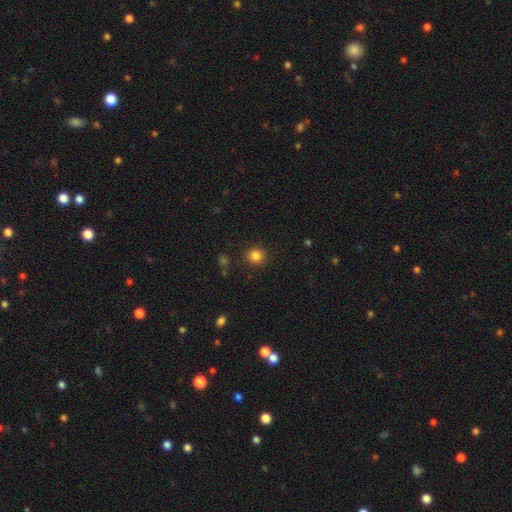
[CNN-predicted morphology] Smooth or featured: smooth — 83% (star or artifact — 13%)
How rounded: round — 92% (in between — 7%)
Merging: none — 89% (minor disturbance — 7%)